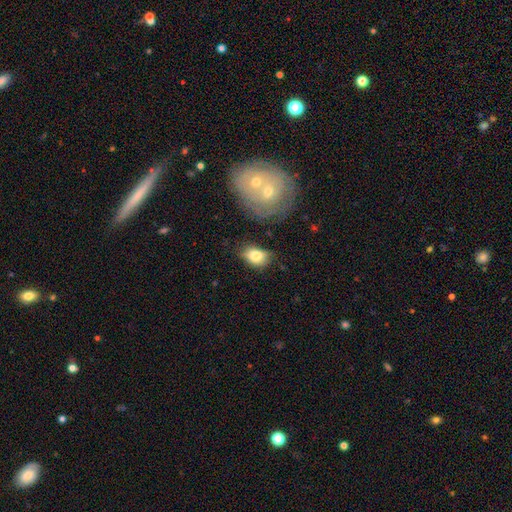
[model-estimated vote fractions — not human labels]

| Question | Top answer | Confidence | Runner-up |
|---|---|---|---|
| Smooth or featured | smooth | 77% | featured or disk (15%) |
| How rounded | in between | 80% | round (18%) |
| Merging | none | 56% | minor disturbance (28%) |